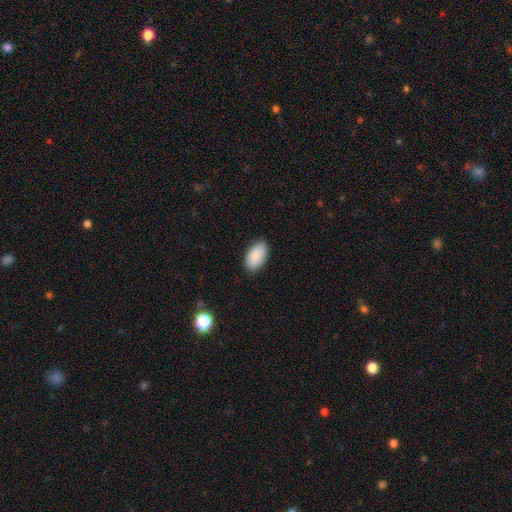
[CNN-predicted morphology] type=smooth (88%); roundness=in between (95%); merging=none (86%).